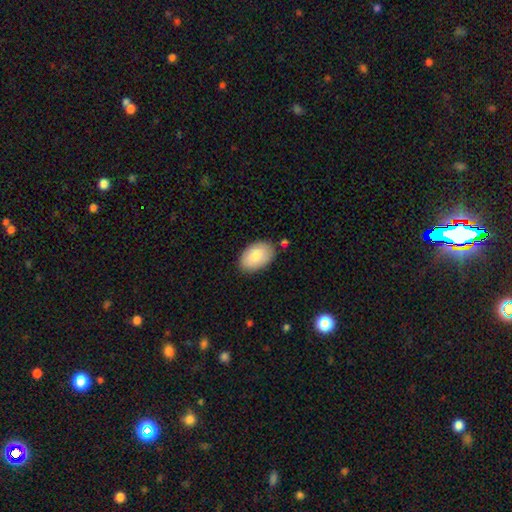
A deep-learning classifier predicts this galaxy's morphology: Smooth or featured? smooth (80%)
How rounded? in between (92%)
Merging? none (82%)